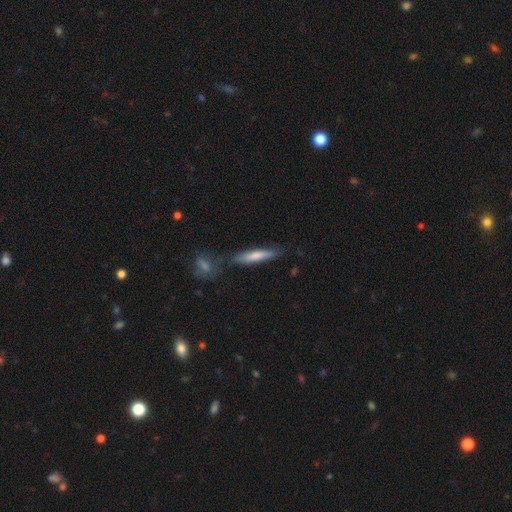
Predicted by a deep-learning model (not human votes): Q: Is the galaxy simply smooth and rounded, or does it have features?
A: smooth — 70%.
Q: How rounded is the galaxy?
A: cigar-shaped — 87%.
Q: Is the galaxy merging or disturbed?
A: none — 71%.